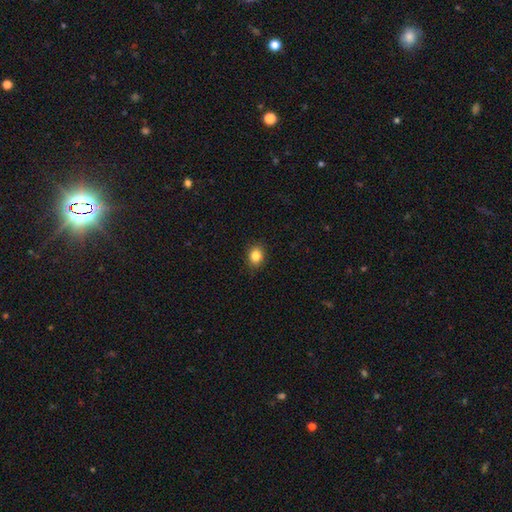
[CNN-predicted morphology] Q: Smooth or featured?
A: smooth (84%); runner-up: star or artifact (11%)
Q: How rounded?
A: round (61%); runner-up: in between (38%)
Q: Merging?
A: none (89%); runner-up: minor disturbance (8%)